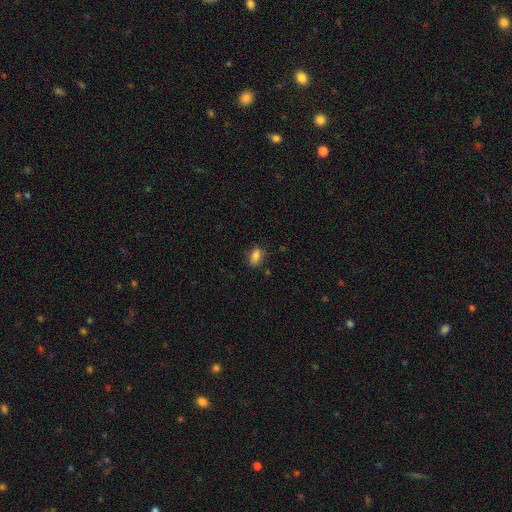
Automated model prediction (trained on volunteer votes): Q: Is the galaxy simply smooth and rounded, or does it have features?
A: smooth — 82%.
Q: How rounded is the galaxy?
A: in between — 83%.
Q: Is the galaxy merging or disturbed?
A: none — 80%.